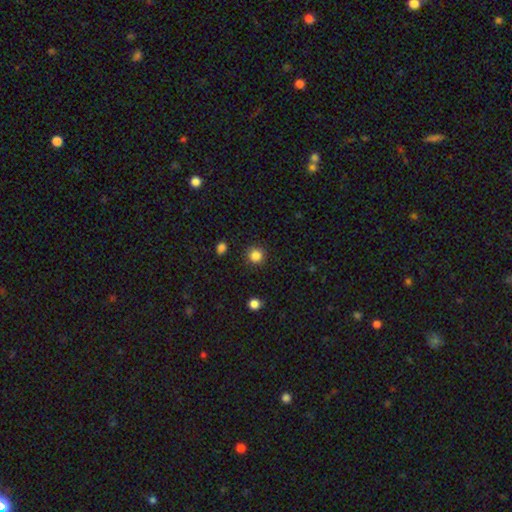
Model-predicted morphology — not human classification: Overall: smooth (84%). How rounded: round (94%). Merging: none (91%).